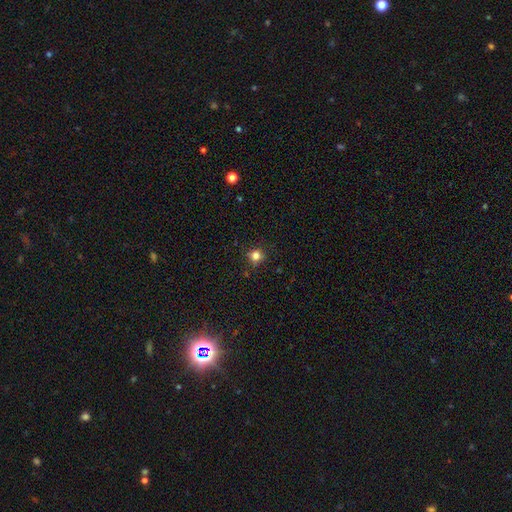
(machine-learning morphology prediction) This is likely a smooth galaxy (79%). How rounded: clearly round (88%). Merging: clearly none (84%).